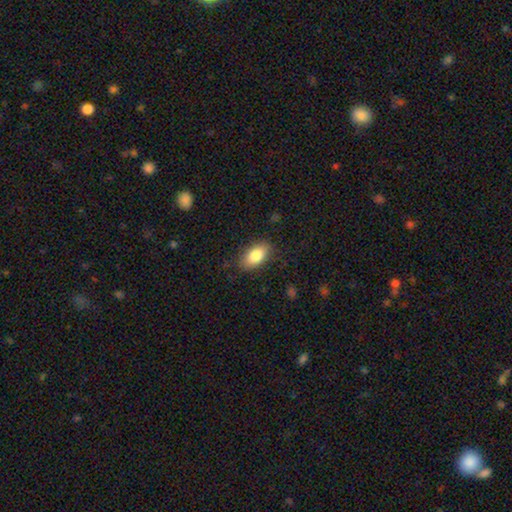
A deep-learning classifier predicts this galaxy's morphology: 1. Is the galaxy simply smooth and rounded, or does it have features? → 84% smooth, 9% featured or disk, 7% star or artifact.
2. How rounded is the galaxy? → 91% in between, 6% round, 4% cigar-shaped.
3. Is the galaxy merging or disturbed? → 84% none, 12% minor disturbance, 3% major disturbance, 1% merger.